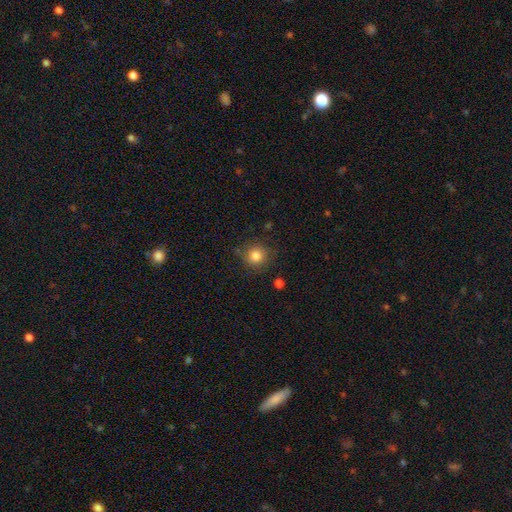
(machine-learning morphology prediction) Smooth or featured? Predicted: smooth (p=0.83). How rounded? Predicted: round (p=0.91). Merging? Predicted: none (p=0.84).